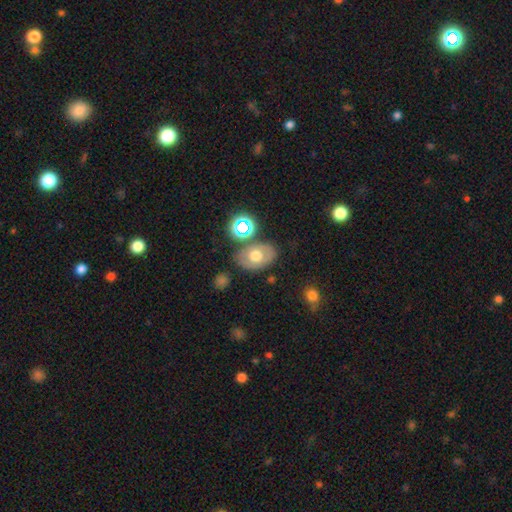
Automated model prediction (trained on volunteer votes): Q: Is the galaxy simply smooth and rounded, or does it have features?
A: smooth — 55%.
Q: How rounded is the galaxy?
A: in between — 78%.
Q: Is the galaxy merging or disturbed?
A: none — 71%.